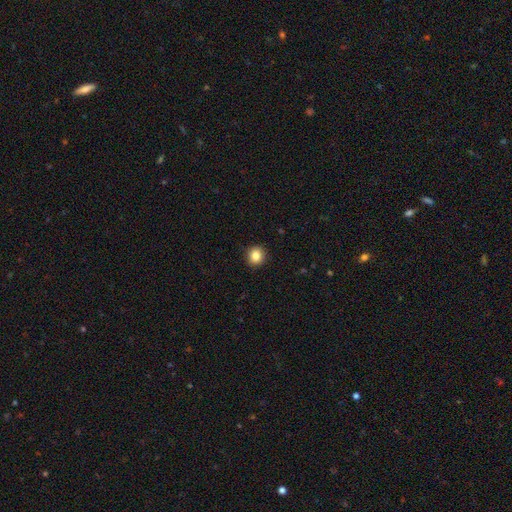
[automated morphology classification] Smooth or featured? smooth (85%)
How rounded? round (87%)
Merging? none (92%)